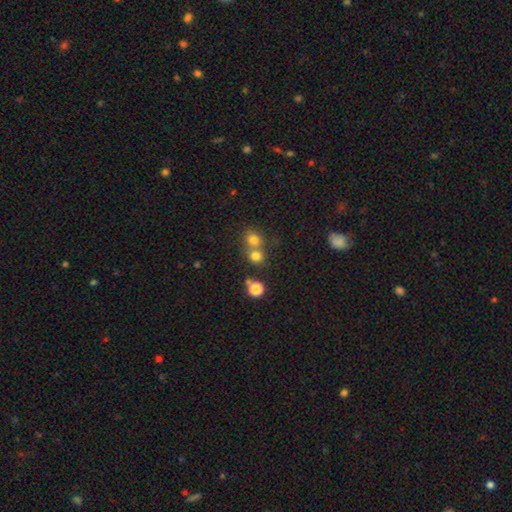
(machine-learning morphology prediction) Smooth or featured: smooth — 74% (star or artifact — 17%)
How rounded: round — 82% (in between — 17%)
Merging: none — 46% (merger — 45%)